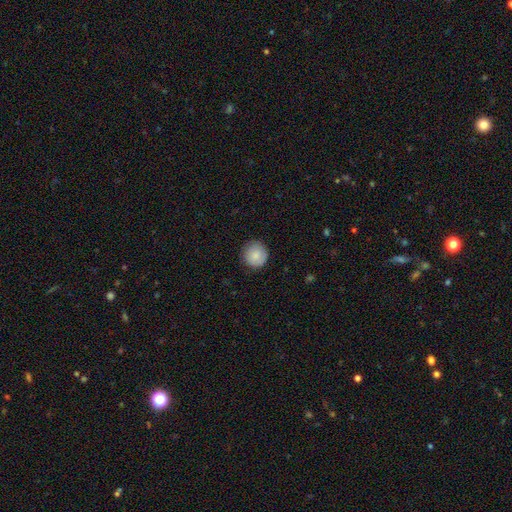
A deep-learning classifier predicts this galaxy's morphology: This is clearly a smooth galaxy (85%). How rounded: clearly round (91%). Merging: clearly none (86%).